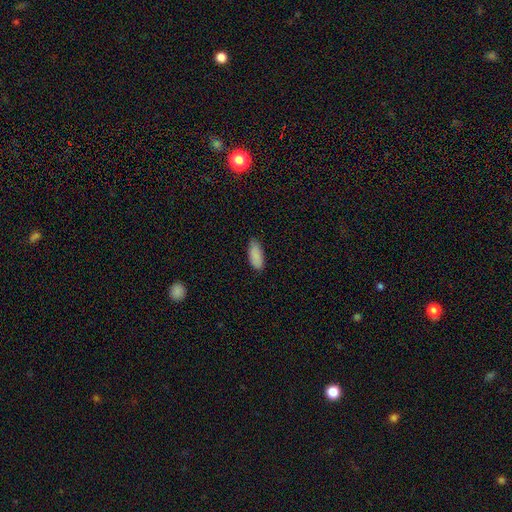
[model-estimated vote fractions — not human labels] A smooth galaxy with no disk features (89%) that is in between round and cigar-shaped (82%). Merging: none (83%).